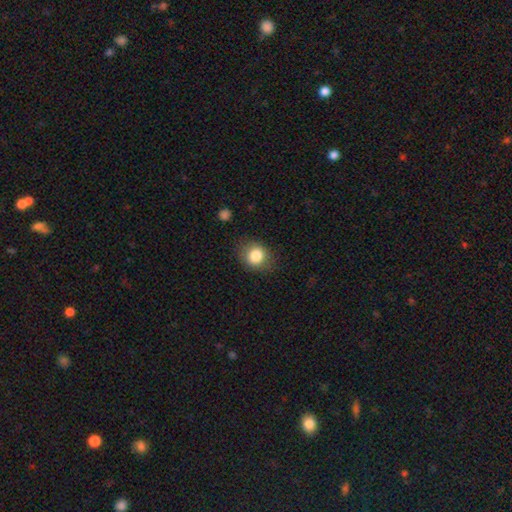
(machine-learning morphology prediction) smooth-or-featured: smooth: 83% | star or artifact: 10% | featured or disk: 7%
  how-rounded: round: 69% | in between: 30% | cigar-shaped: 1%
  merging: none: 81% | minor disturbance: 14% | major disturbance: 4% | merger: 1%